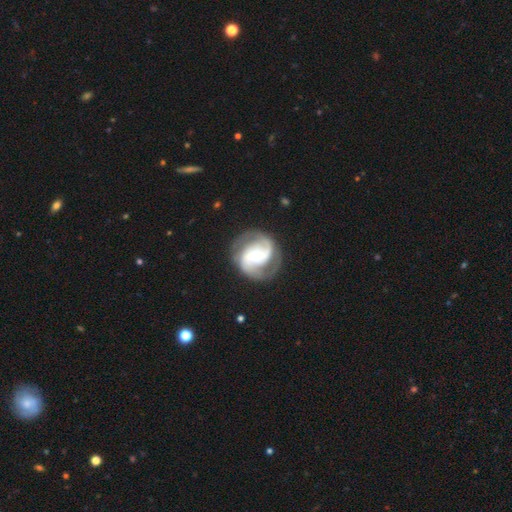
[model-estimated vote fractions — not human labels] Smooth or featured? featured or disk (87%)
Edge-on disk? no (98%)
Bar? strong (41%)
Spiral arms? yes (96%)
Spiral winding? medium (51%)
Spiral arm count? 2 (88%)
Bulge size? small (49%)
Merging? none (77%)